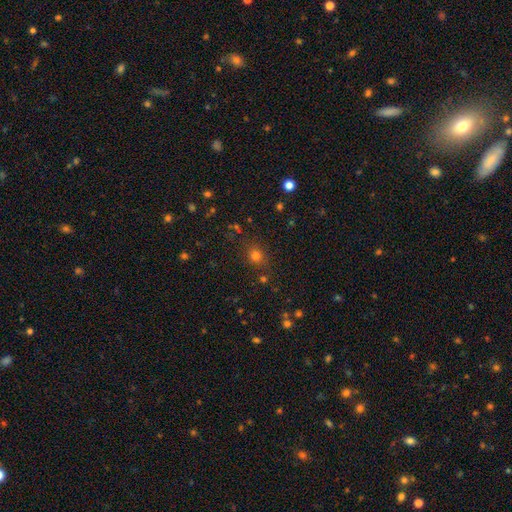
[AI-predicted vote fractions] This appears to be a smooth galaxy with no disk features (75%) that is round (83%). Merging: none (83%).